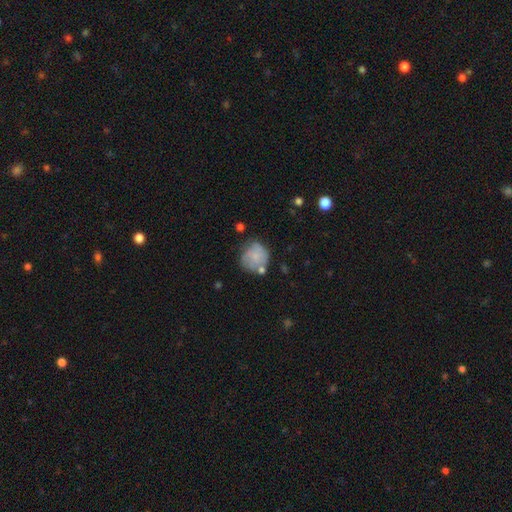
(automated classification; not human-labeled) smooth_or_featured: smooth (p=0.64) [alt: featured or disk p=0.28]
how_rounded: round (p=0.85) [alt: in between p=0.14]
merging: none (p=0.53) [alt: minor disturbance p=0.26]